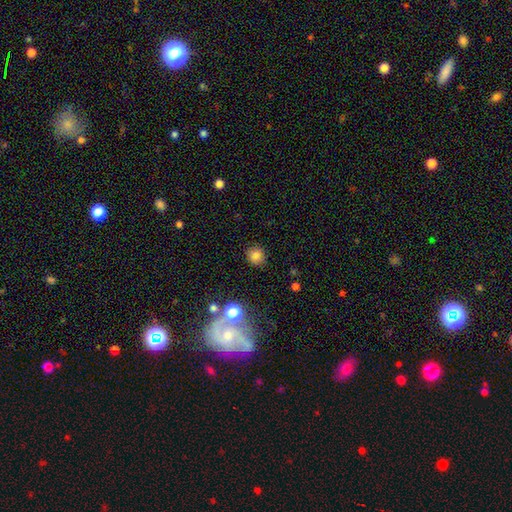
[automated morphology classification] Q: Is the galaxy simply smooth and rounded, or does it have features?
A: smooth — 80%.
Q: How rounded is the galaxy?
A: round — 91%.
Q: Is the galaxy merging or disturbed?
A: none — 89%.